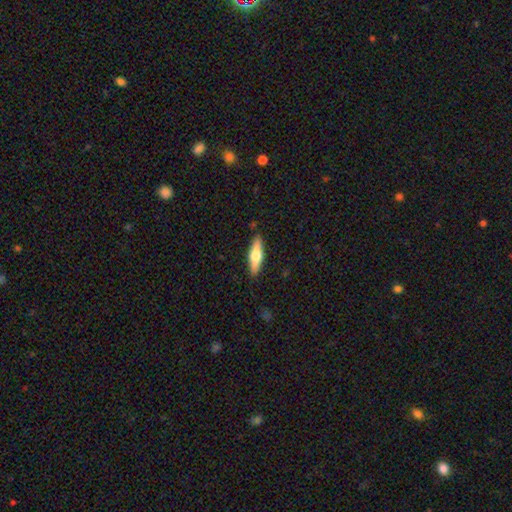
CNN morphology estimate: smooth-or-featured: smooth: 52% | featured or disk: 43% | star or artifact: 6%
  how-rounded: cigar-shaped: 58% | in between: 40% | round: 2%
  merging: none: 88% | minor disturbance: 8% | major disturbance: 2% | merger: 1%